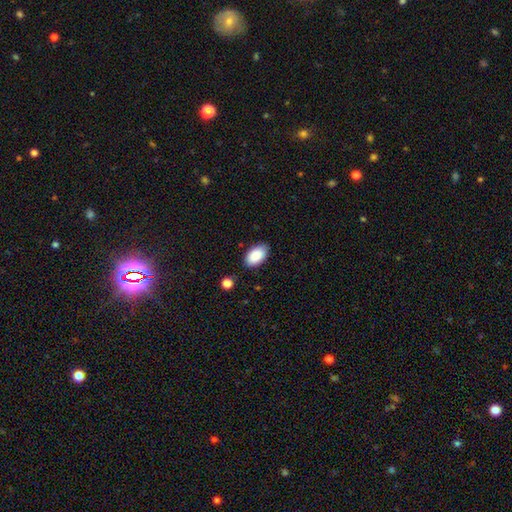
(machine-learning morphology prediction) This appears to be a smooth galaxy with no disk features (89%) that is in between round and cigar-shaped (95%). Merging: none (84%).